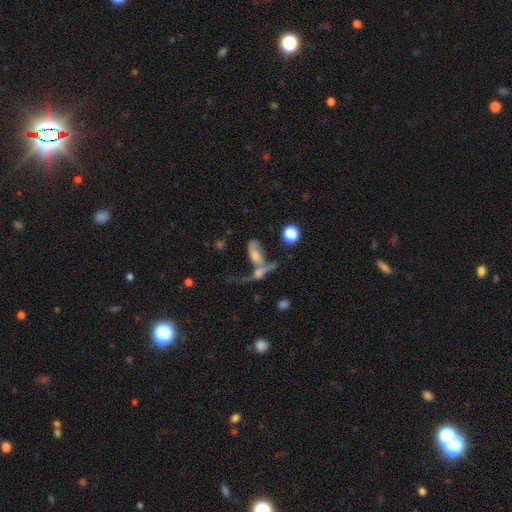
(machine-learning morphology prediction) Overall: featured or disk (43%; smooth 40%). Merging: merger (53%; none 21%).